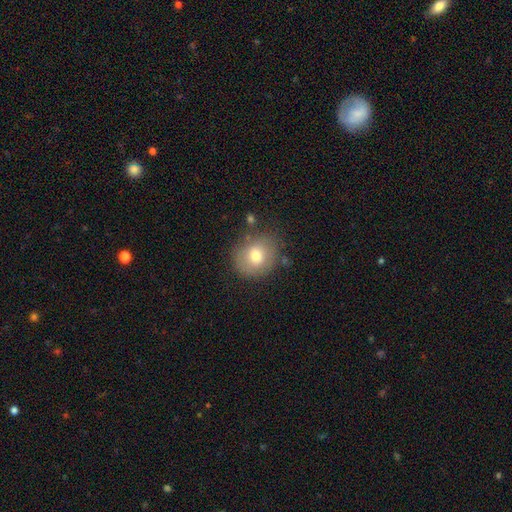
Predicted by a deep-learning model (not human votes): The model was most divided on "how rounded": round: 73%, in between: 26%, cigar-shaped: 1%. More confident: merging — none (71%); smooth or featured — smooth (71%).